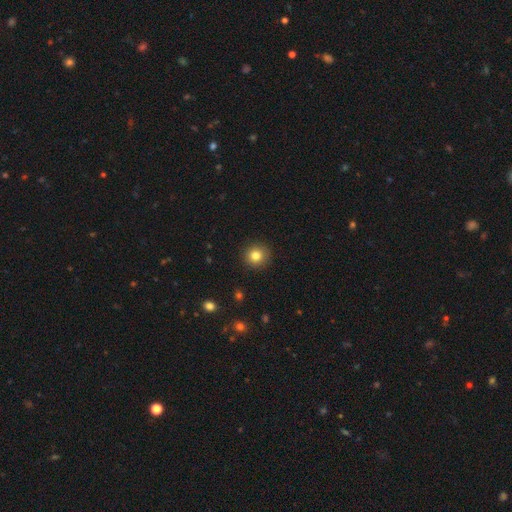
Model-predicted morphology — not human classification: A smooth galaxy with no disk features (82%) that is round (92%).

Vote fractions:
- Smooth or featured? smooth: 82% / star or artifact: 11% / featured or disk: 7%
- How rounded? round: 92% / in between: 7% / cigar-shaped: 1%
- Merging? none: 91% / minor disturbance: 6% / major disturbance: 2% / merger: 1%